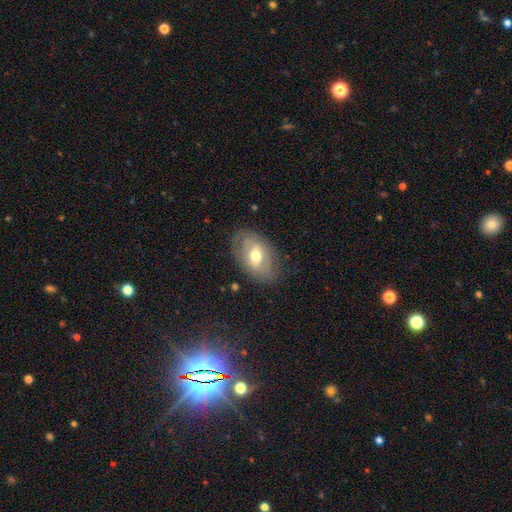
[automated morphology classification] Smooth or featured? featured or disk (56%)
Edge-on disk? no (90%)
Bar? weak (42%)
Spiral arms? no (55%)
Bulge size? moderate (73%)
Merging? none (76%)